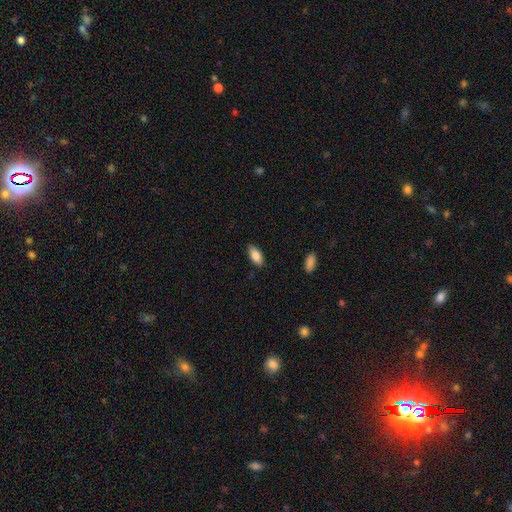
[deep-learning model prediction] smooth-or-featured: smooth: 85% | featured or disk: 9% | star or artifact: 7%
  how-rounded: in between: 91% | cigar-shaped: 7% | round: 2%
  merging: none: 86% | minor disturbance: 11% | major disturbance: 2% | merger: 1%